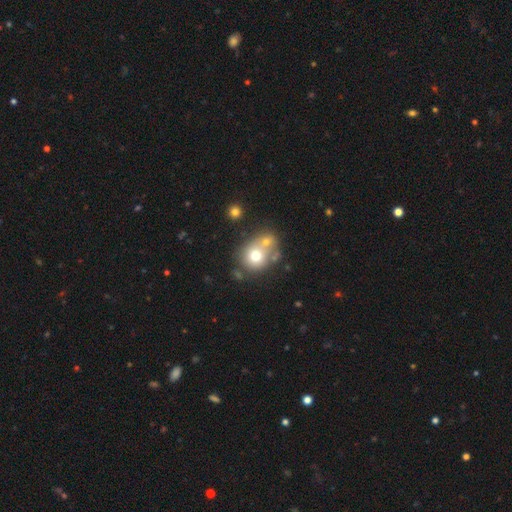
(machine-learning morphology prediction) Smooth or featured? Predicted: smooth (p=0.68). How rounded? Predicted: round (p=0.75). Merging? Predicted: merger (p=0.45).